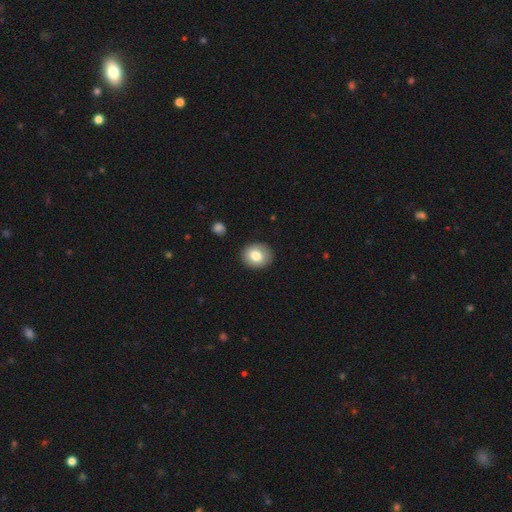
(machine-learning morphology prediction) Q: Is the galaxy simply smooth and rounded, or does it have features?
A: smooth — 79%.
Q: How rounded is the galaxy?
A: round — 68%.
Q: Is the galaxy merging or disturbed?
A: none — 88%.